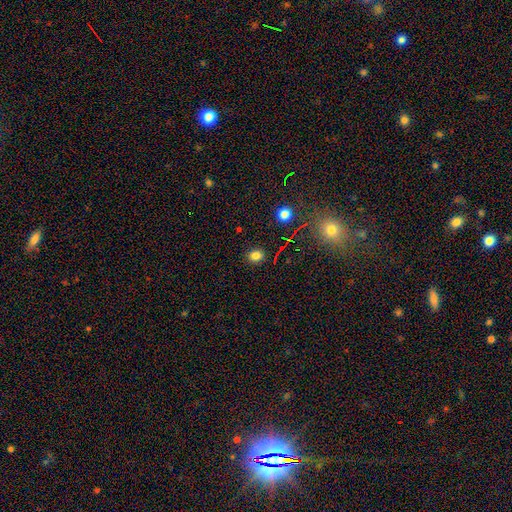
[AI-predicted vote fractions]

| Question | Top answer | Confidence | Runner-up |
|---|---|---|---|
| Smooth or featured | smooth | 80% | star or artifact (15%) |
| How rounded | round | 60% | in between (39%) |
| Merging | none | 89% | minor disturbance (8%) |